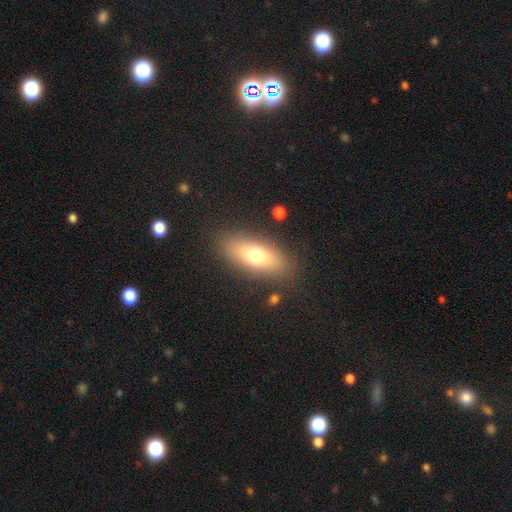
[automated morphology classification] smooth_or_featured: smooth (p=0.69) [alt: featured or disk p=0.22]
how_rounded: in between (p=0.76) [alt: cigar-shaped p=0.19]
merging: none (p=0.84) [alt: minor disturbance p=0.10]